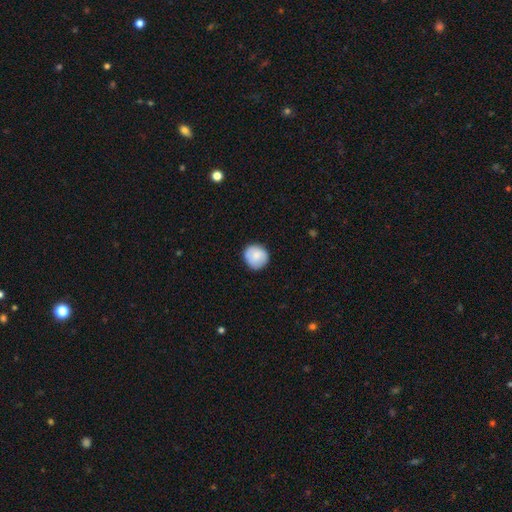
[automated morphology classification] smooth 82%, featured or disk 11%, star or artifact 7%. Down the decision tree: how rounded — round (91%); merging — none (86%).